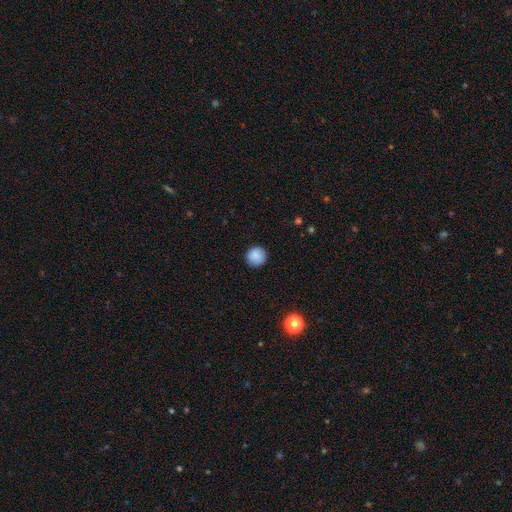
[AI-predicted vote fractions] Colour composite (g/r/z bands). It shows a smooth galaxy with no disk features (88%) that is round (95%). Merging: none (90%).